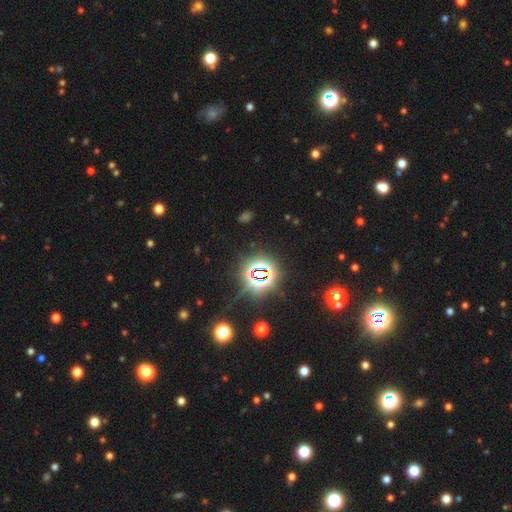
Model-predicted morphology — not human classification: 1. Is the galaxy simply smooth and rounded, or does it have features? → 79% star or artifact, 14% smooth, 7% featured or disk.